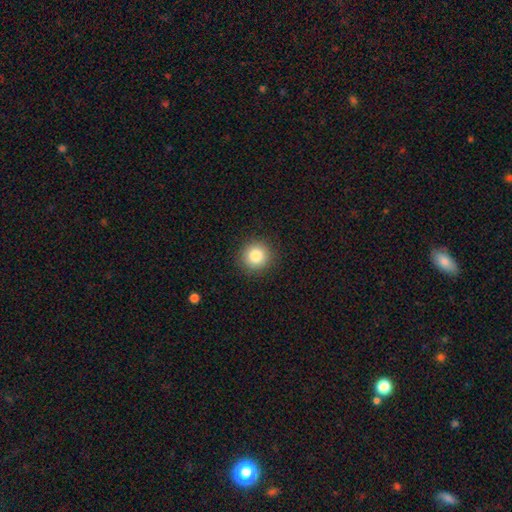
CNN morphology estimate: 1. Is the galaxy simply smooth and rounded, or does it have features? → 84% smooth, 10% star or artifact, 6% featured or disk.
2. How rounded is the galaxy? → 93% round, 6% in between, 1% cigar-shaped.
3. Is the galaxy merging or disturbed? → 91% none, 6% minor disturbance, 2% major disturbance, 1% merger.